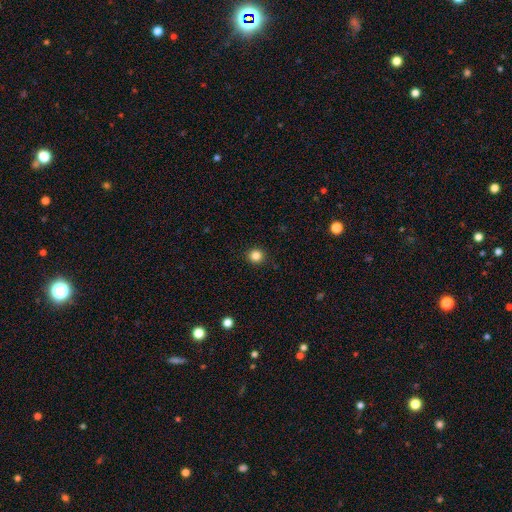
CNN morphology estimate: A smooth galaxy with no disk features (84%) that is round (93%).

Vote fractions:
- Smooth or featured? smooth: 84% / star or artifact: 12% / featured or disk: 4%
- How rounded? round: 93% / in between: 6% / cigar-shaped: 1%
- Merging? none: 92% / minor disturbance: 5% / major disturbance: 2% / merger: 1%